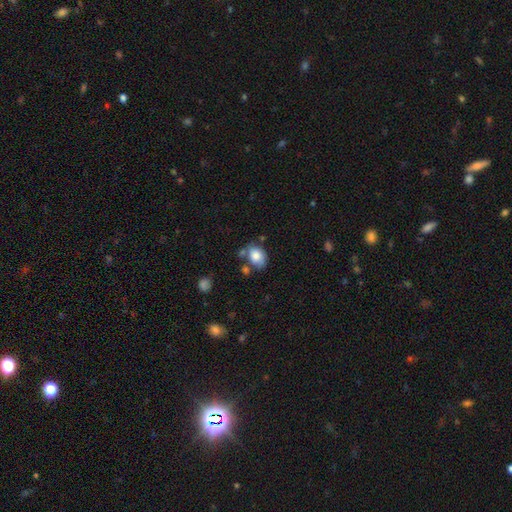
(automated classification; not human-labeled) Overall: smooth (78%). How rounded: in between (72%). Merging: none (50%; minor disturbance 25%).